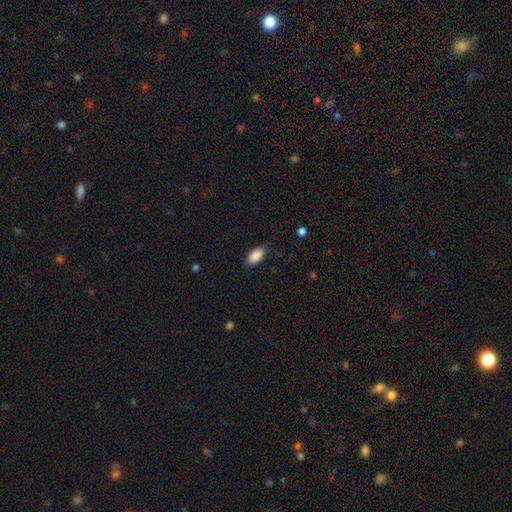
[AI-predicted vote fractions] Smooth or featured? smooth (89%)
How rounded? in between (93%)
Merging? none (86%)